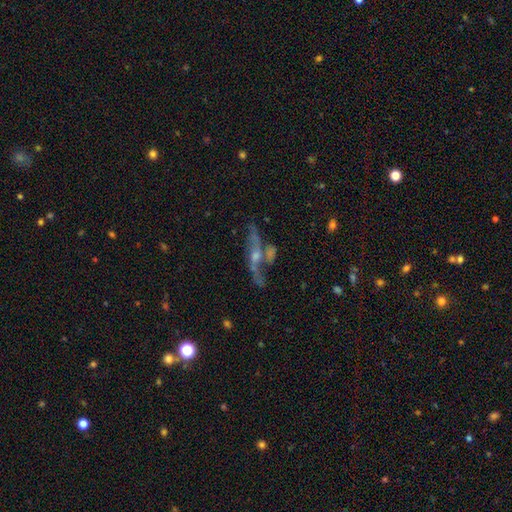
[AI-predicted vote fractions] Morphology: type=featured or disk (70%); edge-on=no (56%); merging=none (43%).